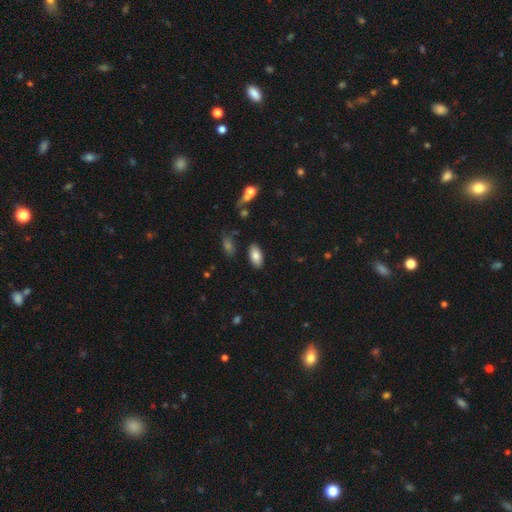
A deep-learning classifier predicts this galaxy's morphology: Smooth or featured?
  - smooth: 83% *
  - featured or disk: 9%
  - star or artifact: 8%
How rounded?
  - in between: 93% *
  - round: 3%
  - cigar-shaped: 3%
Merging?
  - none: 85% *
  - minor disturbance: 10%
  - major disturbance: 3%
  - merger: 2%